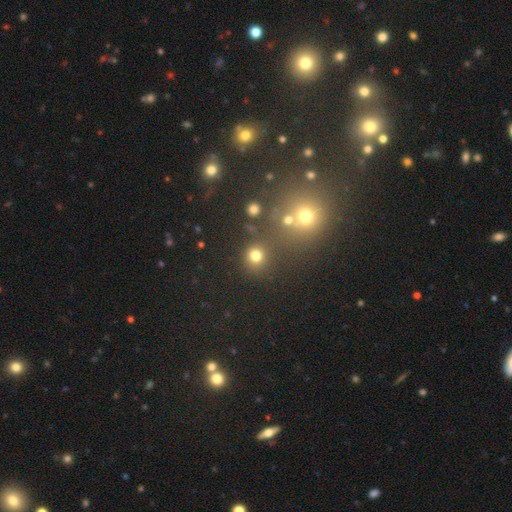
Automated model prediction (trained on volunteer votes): Q: Smooth or featured?
A: smooth (76%); runner-up: star or artifact (19%)
Q: How rounded?
A: round (90%); runner-up: in between (9%)
Q: Merging?
A: none (80%); runner-up: merger (8%)